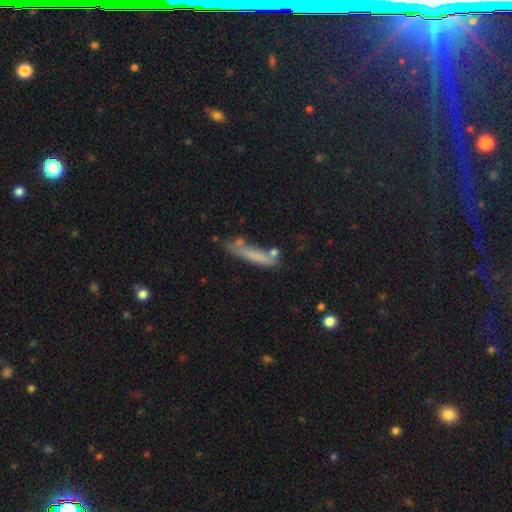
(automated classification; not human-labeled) smooth-or-featured: smooth: 69% | featured or disk: 22% | star or artifact: 9%
  how-rounded: cigar-shaped: 89% | in between: 10% | round: 2%
  merging: none: 58% | minor disturbance: 23% | merger: 10% | major disturbance: 9%